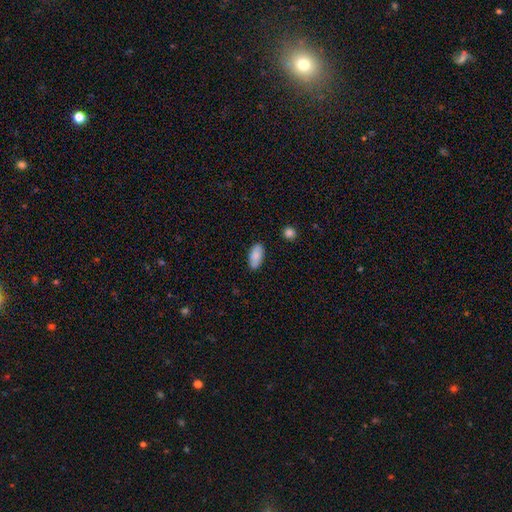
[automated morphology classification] A smooth galaxy with no disk features (82%) that is in between round and cigar-shaped (91%).

Vote fractions:
- Smooth or featured? smooth: 82% / featured or disk: 12% / star or artifact: 6%
- How rounded? in between: 91% / cigar-shaped: 7% / round: 3%
- Merging? none: 85% / minor disturbance: 11% / major disturbance: 2% / merger: 2%